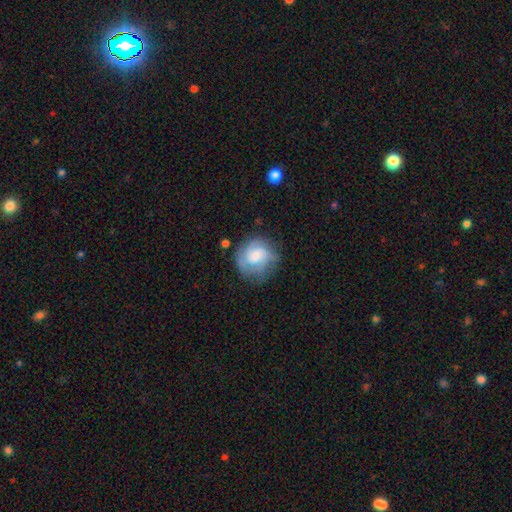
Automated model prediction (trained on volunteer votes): A featured or disk galaxy (56%) with no bar (63%), spiral arms (85%) and a moderate central bulge (37%).

Vote fractions:
- Smooth or featured? featured or disk: 56% / smooth: 36% / star or artifact: 8%
- Edge-on disk? no: 98% / yes: 2%
- Bar? no: 63% / weak: 32% / strong: 5%
- Spiral arms? yes: 85% / no: 15%
- Bulge size? moderate: 37% / small: 27% / large: 20% / none: 14% / dominant: 3%
- Merging? none: 65% / minor disturbance: 21% / major disturbance: 11% / merger: 2%